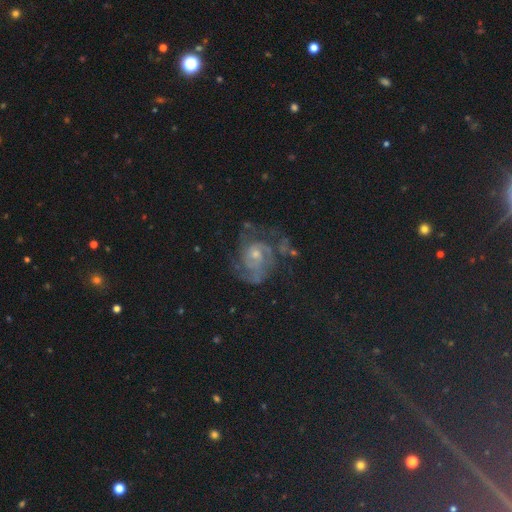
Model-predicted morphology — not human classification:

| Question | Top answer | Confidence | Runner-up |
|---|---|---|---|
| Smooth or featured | featured or disk | 74% | star or artifact (16%) |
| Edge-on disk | no | 98% | yes (2%) |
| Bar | no | 70% | weak (25%) |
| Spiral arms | yes | 93% | no (7%) |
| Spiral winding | tight | 45% | medium (43%) |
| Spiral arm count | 2 | 40% | can't tell (21%) |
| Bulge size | small | 54% | moderate (39%) |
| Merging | none | 59% | minor disturbance (20%) |